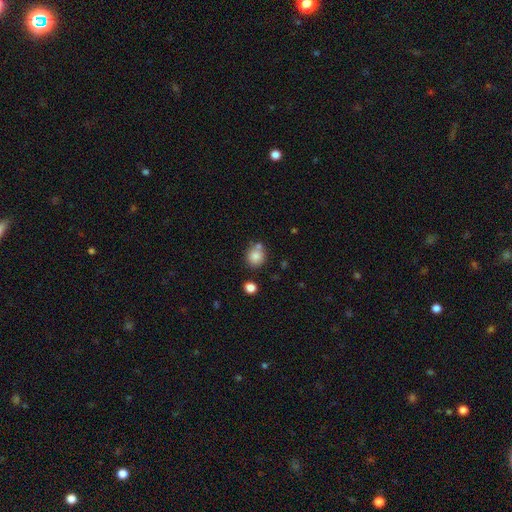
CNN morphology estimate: smooth 82%, star or artifact 10%, featured or disk 7%. Down the decision tree: how rounded — round (86%); merging — none (66%).